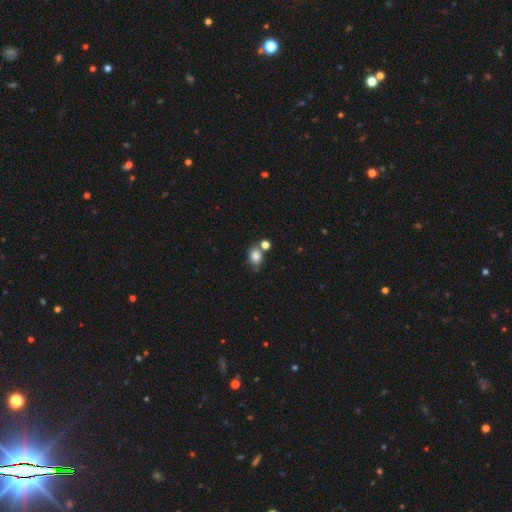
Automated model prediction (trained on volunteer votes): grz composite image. It shows a smooth galaxy with no disk features (83%) that is in between round and cigar-shaped (52%). Merging: none (61%).